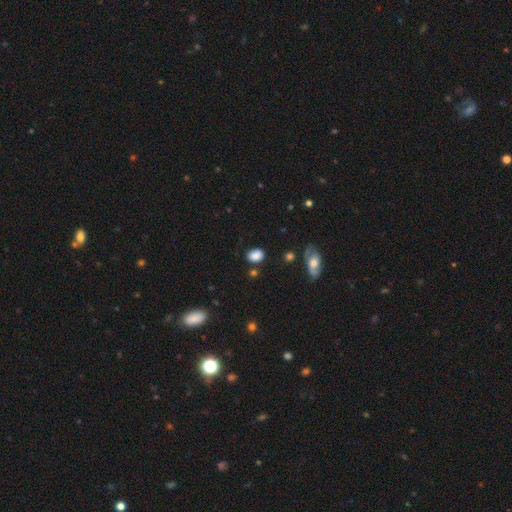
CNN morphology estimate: This appears to be a smooth galaxy with no disk features (85%) that is in between round and cigar-shaped (70%). Merging: none (77%).